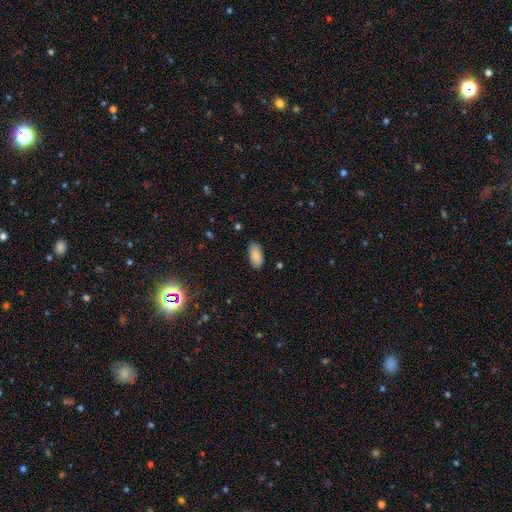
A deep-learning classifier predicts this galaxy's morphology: The model was most divided on "merging": none: 85%, minor disturbance: 11%, major disturbance: 2%, merger: 1%. More confident: how rounded — in between (93%); smooth or featured — smooth (87%).